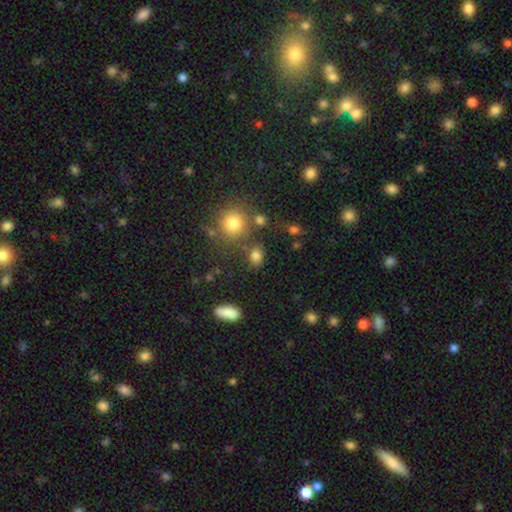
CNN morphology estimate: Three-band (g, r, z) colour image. It shows a smooth galaxy with no disk features (79%) that is in between round and cigar-shaped (62%). Merging: none (68%).